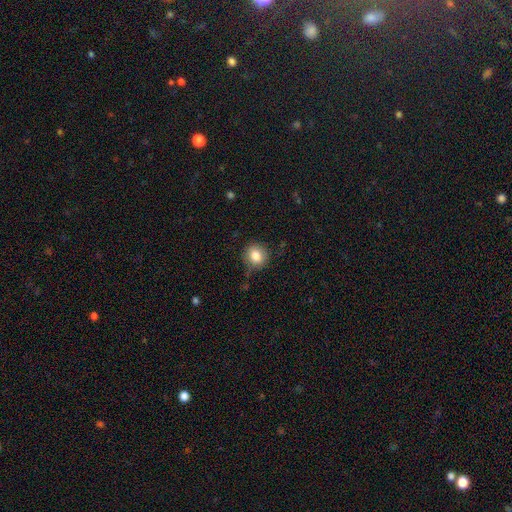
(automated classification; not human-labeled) smooth-or-featured: smooth: 83% | star or artifact: 10% | featured or disk: 7%
  how-rounded: round: 79% | in between: 20% | cigar-shaped: 1%
  merging: none: 80% | minor disturbance: 15% | major disturbance: 4% | merger: 2%